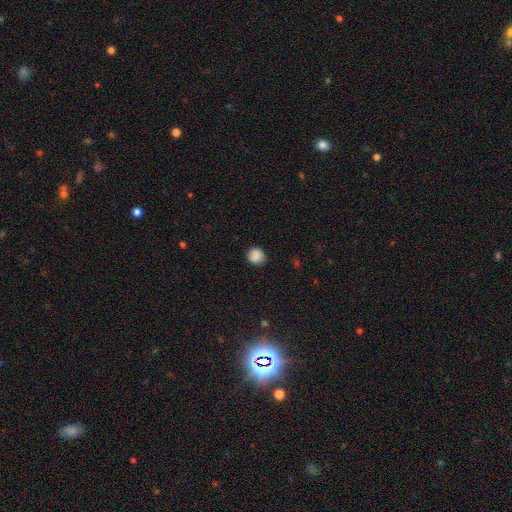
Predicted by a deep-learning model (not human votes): Morphology: type=smooth (87%); roundness=round (86%); merging=none (88%).